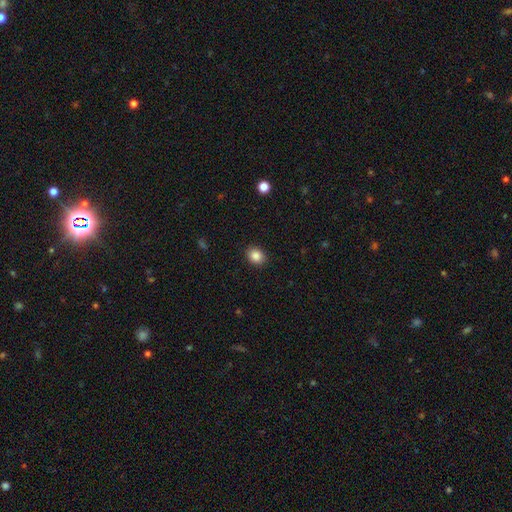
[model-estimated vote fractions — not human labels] This appears to be a smooth galaxy with no disk features (86%) that is round (53%). Merging: none (90%).